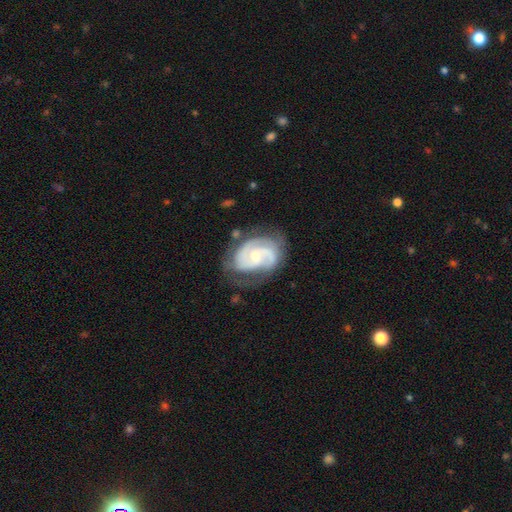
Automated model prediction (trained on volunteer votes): Smooth or featured?
  - featured or disk: 88% *
  - smooth: 7%
  - star or artifact: 5%
Edge-on disk?
  - no: 98% *
  - yes: 2%
Bar?
  - no: 53% *
  - weak: 38%
  - strong: 9%
Spiral arms?
  - yes: 97% *
  - no: 3%
Spiral winding?
  - tight: 48% *
  - medium: 42%
  - loose: 10%
Spiral arm count?
  - 2: 67% *
  - 3: 15%
  - can't tell: 10%
  - 1: 4%
  - 4: 2%
  - more than 4: 2%
Bulge size?
  - small: 54% *
  - moderate: 42%
  - large: 2%
  - none: 2%
  - dominant: 1%
Merging?
  - none: 65% *
  - minor disturbance: 22%
  - major disturbance: 10%
  - merger: 2%